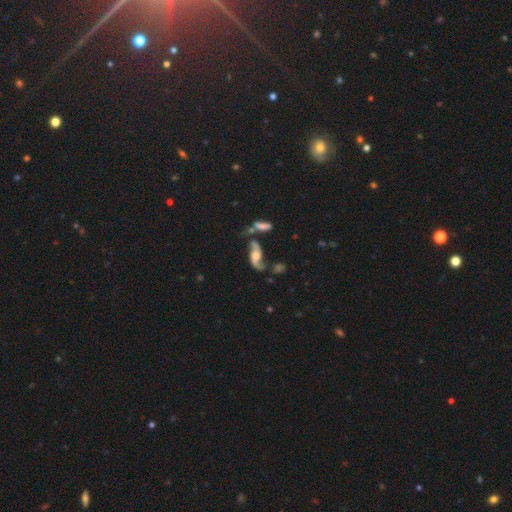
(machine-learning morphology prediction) A featured or disk galaxy (80%) with no bar (59%), 2 (91%) loose (77%) spiral arms (94%) and a moderate central bulge (35%). Merging: none (49%).